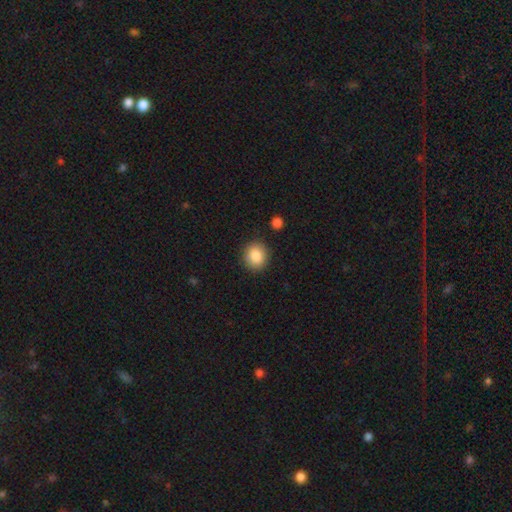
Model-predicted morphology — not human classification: The model was most divided on "how rounded": round: 78%, in between: 21%, cigar-shaped: 1%. More confident: merging — none (87%); smooth or featured — smooth (84%).